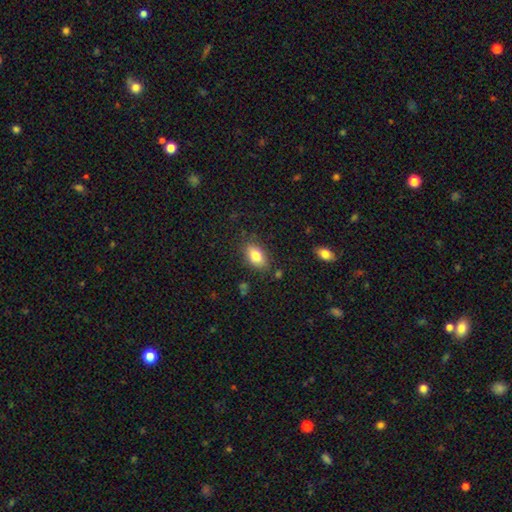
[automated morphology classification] smooth 80%, featured or disk 11%, star or artifact 8%. Down the decision tree: how rounded — in between (88%); merging — none (81%).